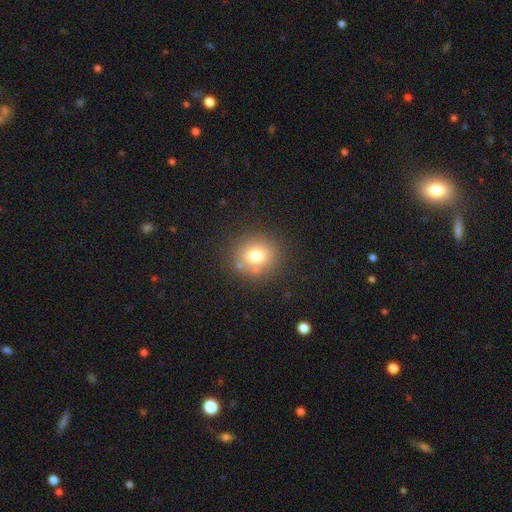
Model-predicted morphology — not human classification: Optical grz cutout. It shows a smooth galaxy with no disk features (75%) that is round (85%). Merging: none (82%).